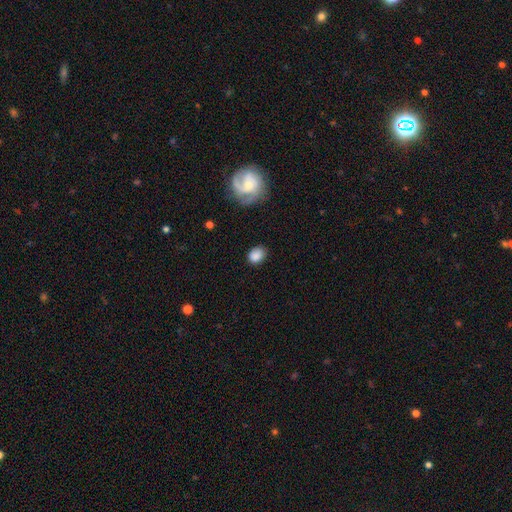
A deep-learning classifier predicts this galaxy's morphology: smooth 84%, star or artifact 8%, featured or disk 7%. Down the decision tree: how rounded — in between (64%); merging — none (79%).